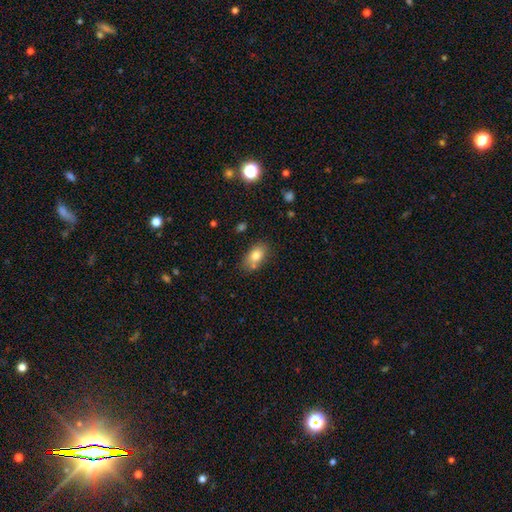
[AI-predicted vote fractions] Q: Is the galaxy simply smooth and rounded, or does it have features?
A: smooth — 80%.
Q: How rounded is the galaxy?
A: in between — 87%.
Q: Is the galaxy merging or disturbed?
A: none — 69%.